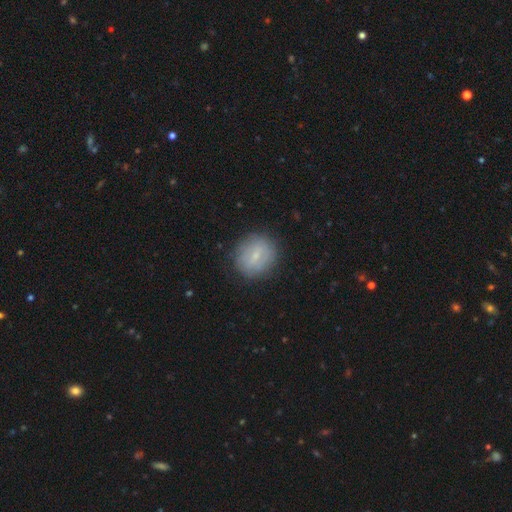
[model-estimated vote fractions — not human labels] Smooth or featured?
  - smooth: 56% *
  - featured or disk: 35%
  - star or artifact: 9%
How rounded?
  - round: 78% *
  - in between: 20%
  - cigar-shaped: 1%
Merging?
  - none: 83% *
  - minor disturbance: 12%
  - major disturbance: 4%
  - merger: 1%